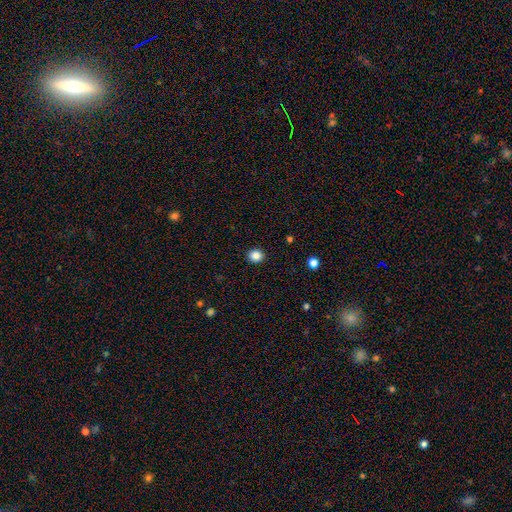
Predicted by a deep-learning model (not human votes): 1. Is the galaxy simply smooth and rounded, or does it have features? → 86% smooth, 11% star or artifact, 3% featured or disk.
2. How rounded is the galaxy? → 81% round, 18% in between, 1% cigar-shaped.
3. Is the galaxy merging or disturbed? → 92% none, 5% minor disturbance, 2% major disturbance, 1% merger.